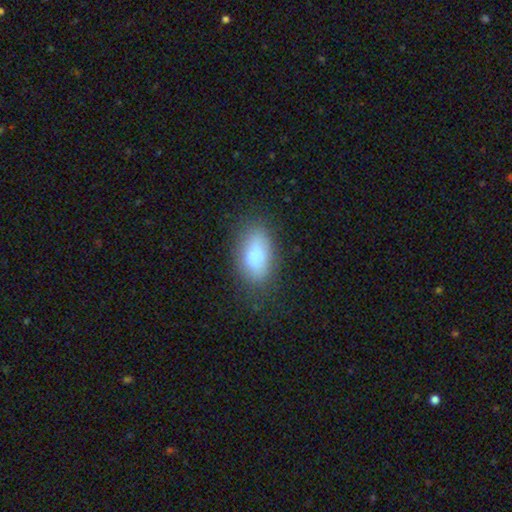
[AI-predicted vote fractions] This is clearly a smooth galaxy (83%). How rounded: clearly in between (91%). Merging: likely none (71%).